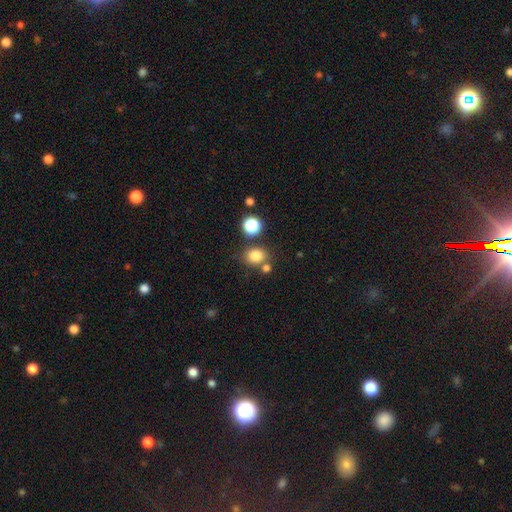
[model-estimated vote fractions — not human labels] Morphology: type=smooth (81%); roundness=round (58%); merging=none (70%).